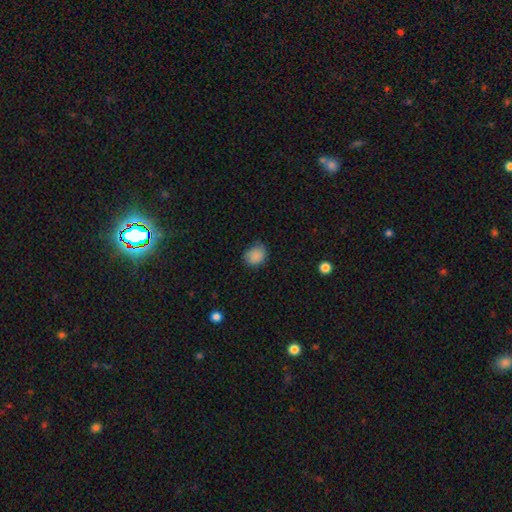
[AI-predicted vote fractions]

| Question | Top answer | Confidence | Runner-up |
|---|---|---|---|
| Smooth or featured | smooth | 87% | star or artifact (9%) |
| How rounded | round | 54% | in between (45%) |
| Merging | none | 67% | minor disturbance (26%) |